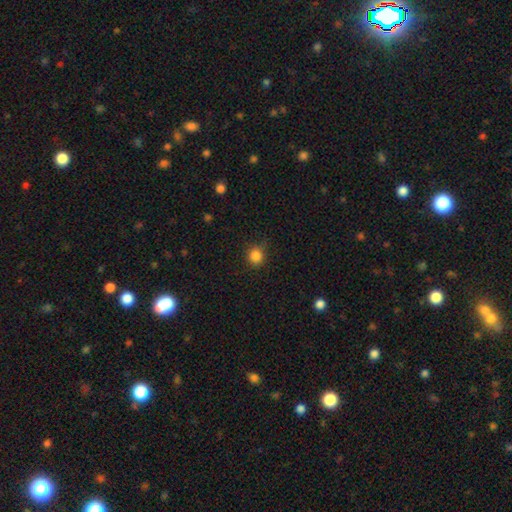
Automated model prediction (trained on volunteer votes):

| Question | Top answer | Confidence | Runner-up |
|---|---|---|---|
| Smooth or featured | smooth | 85% | star or artifact (12%) |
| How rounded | round | 90% | in between (9%) |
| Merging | none | 81% | minor disturbance (14%) |